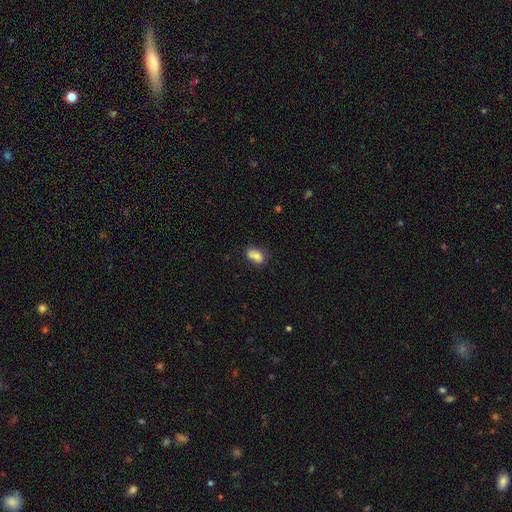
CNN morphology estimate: Q: Smooth or featured?
A: smooth (77%); runner-up: featured or disk (13%)
Q: How rounded?
A: in between (82%); runner-up: round (16%)
Q: Merging?
A: none (51%); runner-up: minor disturbance (24%)